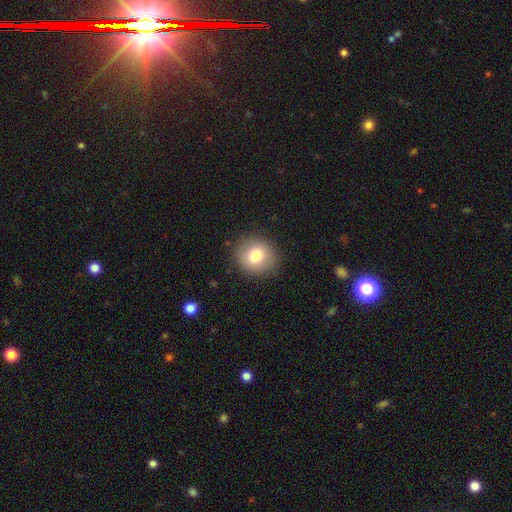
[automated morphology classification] A smooth galaxy with no disk features (80%) that is round (82%). Merging: none (88%).